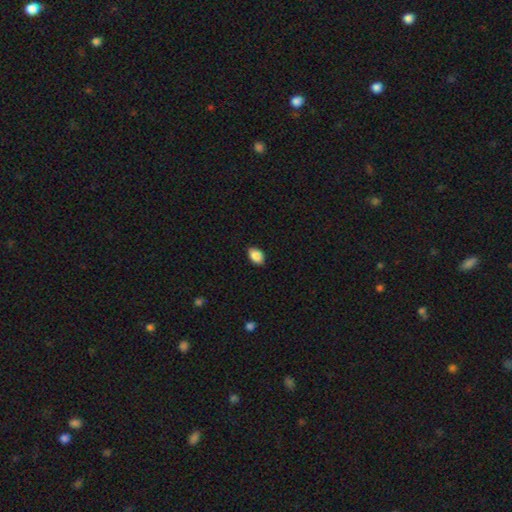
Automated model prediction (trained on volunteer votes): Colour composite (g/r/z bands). It shows a smooth galaxy with no disk features (89%) that is in between round and cigar-shaped (85%). Merging: none (87%).